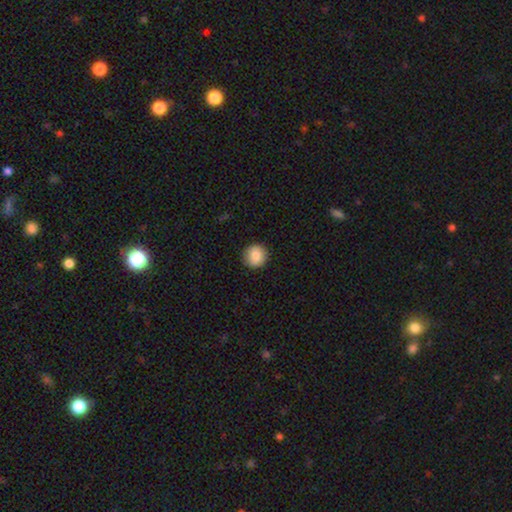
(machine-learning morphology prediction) smooth-or-featured: smooth: 87% | star or artifact: 8% | featured or disk: 5%
  how-rounded: round: 93% | in between: 6% | cigar-shaped: 1%
  merging: none: 89% | minor disturbance: 8% | major disturbance: 2% | merger: 1%